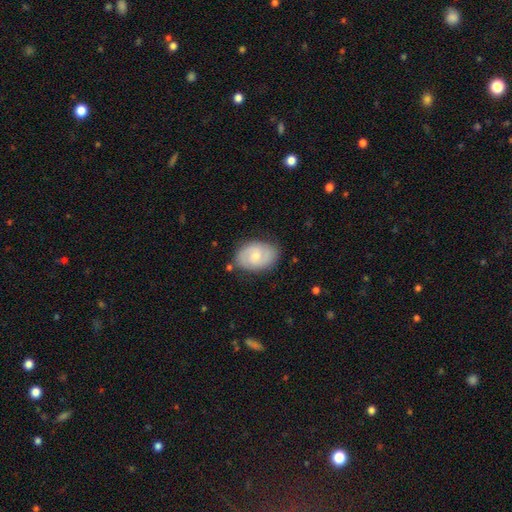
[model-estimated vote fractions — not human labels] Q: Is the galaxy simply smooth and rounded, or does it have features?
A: featured or disk — 61%.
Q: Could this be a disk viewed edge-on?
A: no — 97%.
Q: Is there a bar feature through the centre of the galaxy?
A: no — 50%.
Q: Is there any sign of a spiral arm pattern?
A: yes — 88%.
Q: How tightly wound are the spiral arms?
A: medium — 44%.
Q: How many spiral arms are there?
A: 2 — 82%.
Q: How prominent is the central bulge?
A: moderate — 47%.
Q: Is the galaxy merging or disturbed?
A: none — 78%.